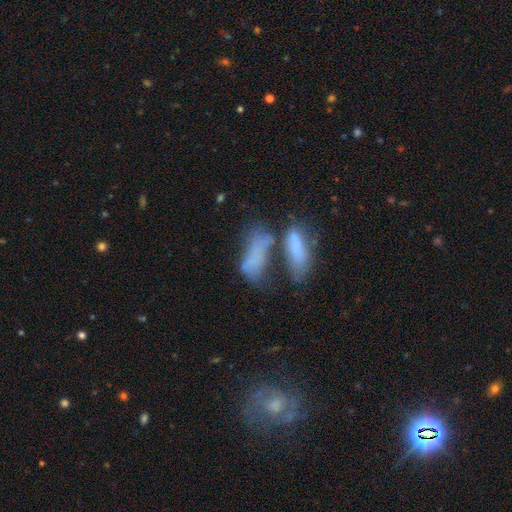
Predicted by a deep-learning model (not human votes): Morphology: type=smooth (61%); roundness=in between (64%); merging=merger (59%).